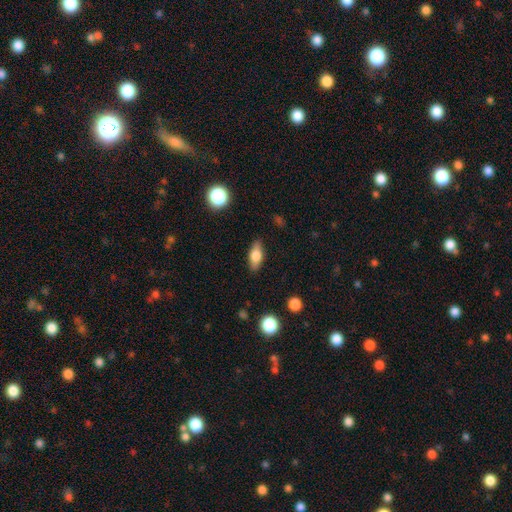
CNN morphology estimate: The model was most divided on "smooth or featured": smooth: 68%, featured or disk: 25%, star or artifact: 8%. More confident: merging — none (86%); how rounded — in between (78%).